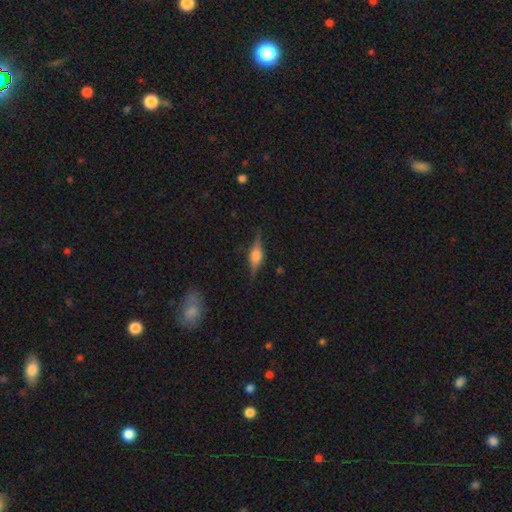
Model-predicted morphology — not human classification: A featured or disk galaxy (73%) viewed edge-on (97%) with a rounded central bulge (84%). Merging: none (86%).